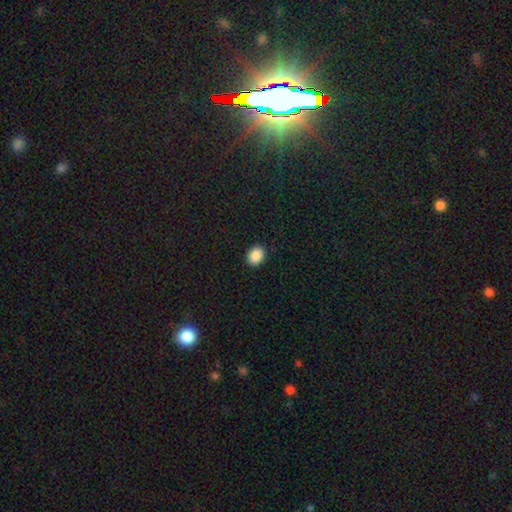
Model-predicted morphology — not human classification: Smooth or featured?
  - smooth: 89% *
  - star or artifact: 8%
  - featured or disk: 3%
How rounded?
  - in between: 64% *
  - round: 35%
  - cigar-shaped: 1%
Merging?
  - none: 91% *
  - minor disturbance: 7%
  - major disturbance: 2%
  - merger: 1%